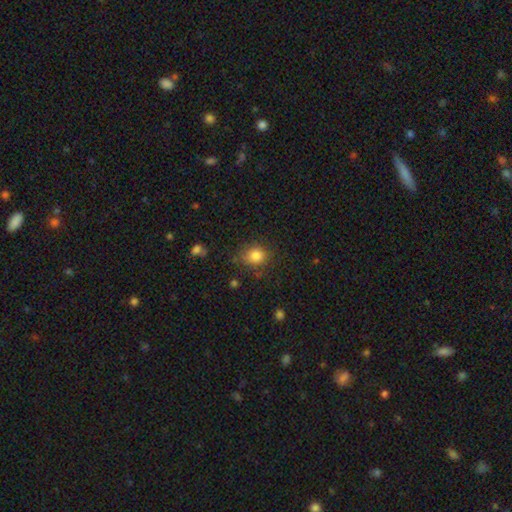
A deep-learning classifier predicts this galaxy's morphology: Q: Smooth or featured?
A: smooth (83%); runner-up: star or artifact (12%)
Q: How rounded?
A: round (77%); runner-up: in between (22%)
Q: Merging?
A: none (76%); runner-up: minor disturbance (16%)